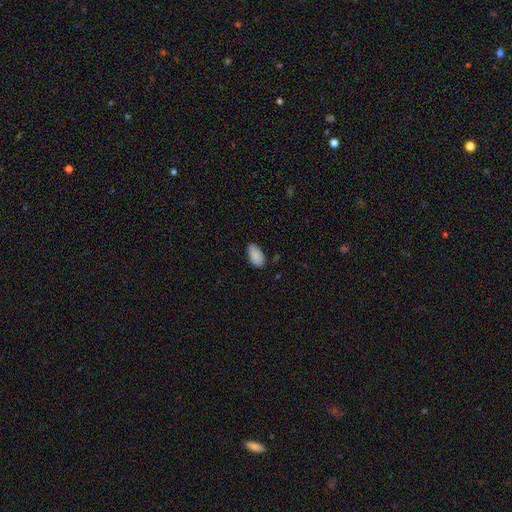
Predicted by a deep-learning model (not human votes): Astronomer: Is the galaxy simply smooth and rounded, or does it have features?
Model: smooth — 89%.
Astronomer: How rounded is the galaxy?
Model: in between — 95%.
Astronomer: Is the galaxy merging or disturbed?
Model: none — 79%.